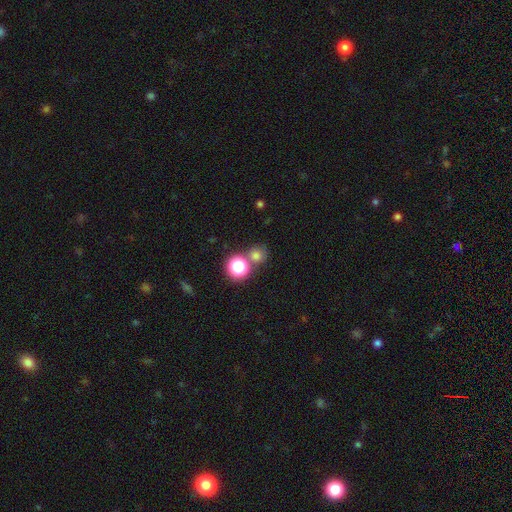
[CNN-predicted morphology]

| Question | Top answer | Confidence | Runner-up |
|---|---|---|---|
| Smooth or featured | smooth | 69% | star or artifact (23%) |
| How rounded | round | 86% | in between (13%) |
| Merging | none | 65% | merger (22%) |